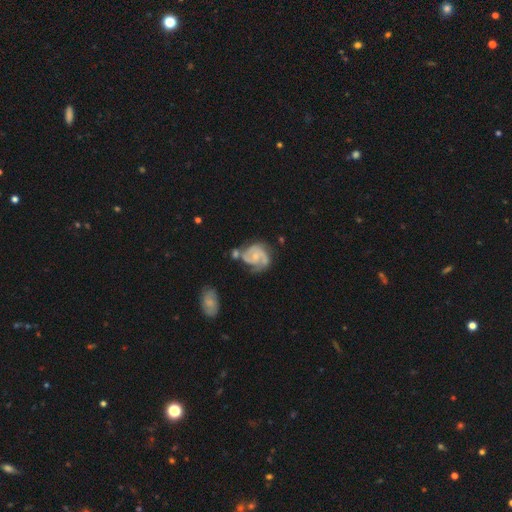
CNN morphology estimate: A featured or disk galaxy (85%) with no bar (63%), 2 (59%) medium (44%, tied with tight) spiral arms (96%) and a small central bulge (62%).

Vote fractions:
- Smooth or featured? featured or disk: 85% / smooth: 10% / star or artifact: 5%
- Edge-on disk? no: 98% / yes: 2%
- Bar? no: 63% / weak: 32% / strong: 6%
- Spiral arms? yes: 96% / no: 4%
- Spiral winding? medium: 44% (tied) / tight: 44% (tied) / loose: 11%
- Spiral arm count? 2: 59% / 3: 20% / can't tell: 10% / 1: 5% / 4: 3% / more than 4: 2%
- Bulge size? small: 62% / moderate: 31% / none: 5% / large: 1% / dominant: 1%
- Merging? none: 42% / minor disturbance: 23% / merger: 21% / major disturbance: 13%